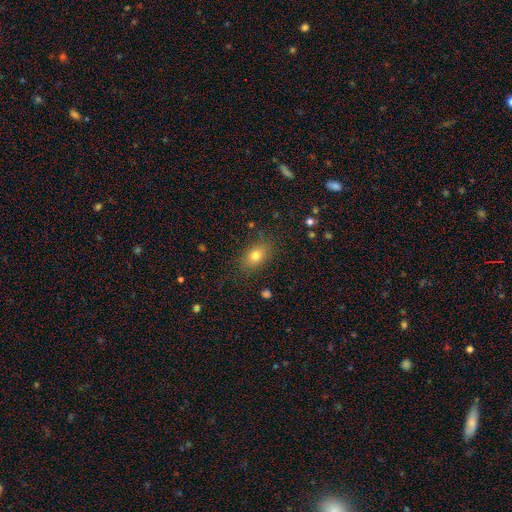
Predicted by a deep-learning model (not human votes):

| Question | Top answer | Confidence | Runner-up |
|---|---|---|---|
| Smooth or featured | smooth | 77% | featured or disk (12%) |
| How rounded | in between | 78% | round (20%) |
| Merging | none | 82% | minor disturbance (13%) |